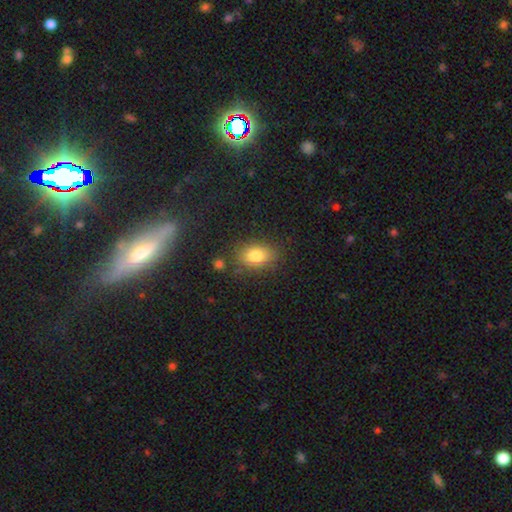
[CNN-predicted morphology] smooth_or_featured: smooth (p=0.81) [alt: star or artifact p=0.10]
how_rounded: in between (p=0.81) [alt: round p=0.17]
merging: none (p=0.78) [alt: minor disturbance p=0.14]